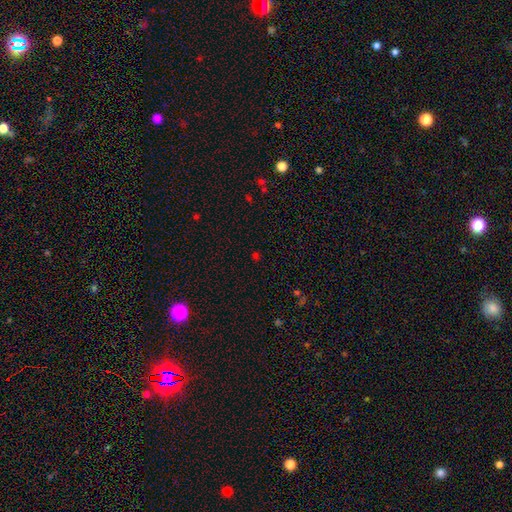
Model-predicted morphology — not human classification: This appears to be a star or artifact, not a galaxy (54%).